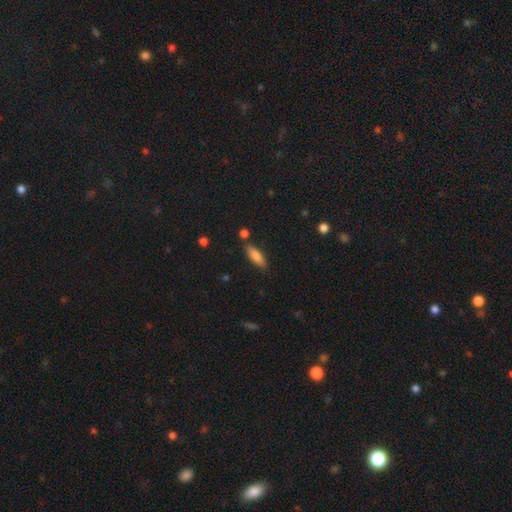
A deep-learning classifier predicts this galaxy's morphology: This is clearly a smooth galaxy (80%). How rounded: possibly in between (56%). Merging: likely none (80%).